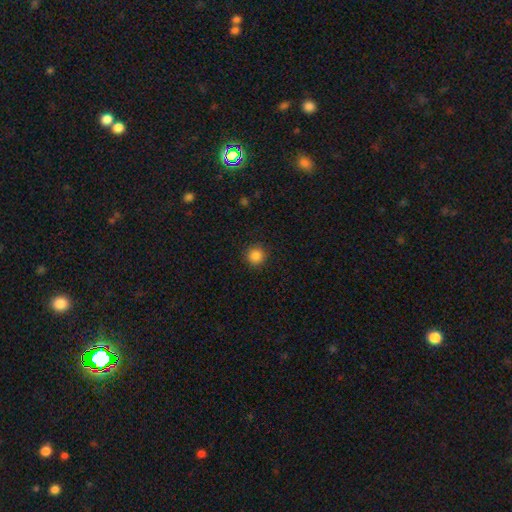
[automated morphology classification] This is clearly a smooth galaxy (87%). How rounded: clearly round (94%). Merging: clearly none (90%).